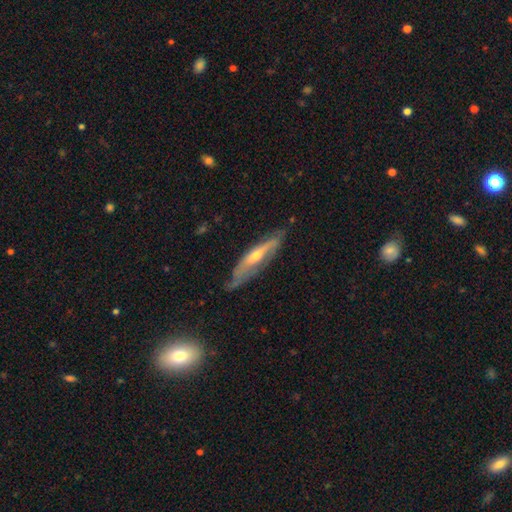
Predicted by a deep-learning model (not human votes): featured or disk 62%, smooth 32%, star or artifact 6%. Down the decision tree: edge-on disk — yes (63%); merging — none (58%).